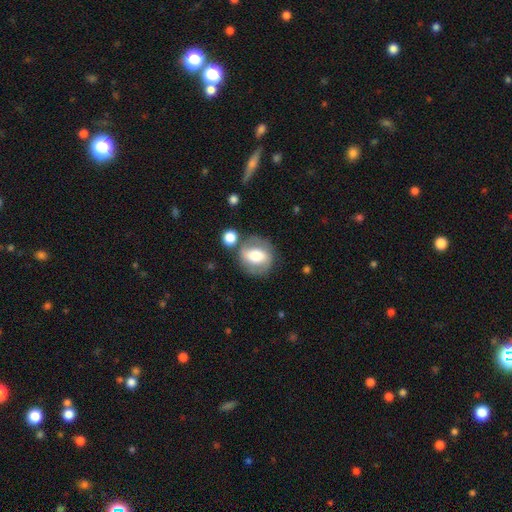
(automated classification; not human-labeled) Morphology: type=featured or disk (50%); edge-on=no (92%); merging=none (69%).